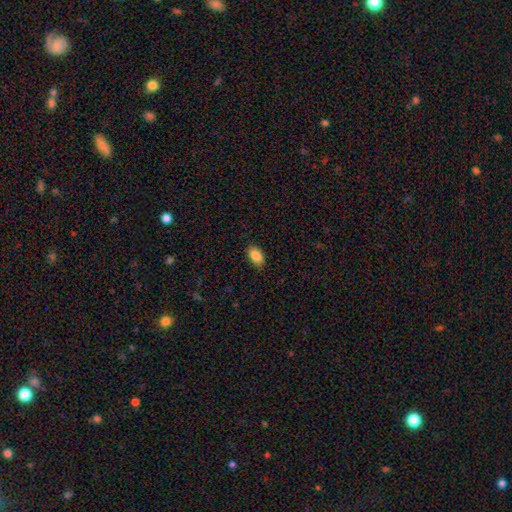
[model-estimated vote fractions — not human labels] Smooth or featured?
  - smooth: 87% *
  - star or artifact: 8%
  - featured or disk: 5%
How rounded?
  - in between: 90% *
  - round: 8%
  - cigar-shaped: 2%
Merging?
  - none: 86% *
  - minor disturbance: 11%
  - major disturbance: 2%
  - merger: 1%